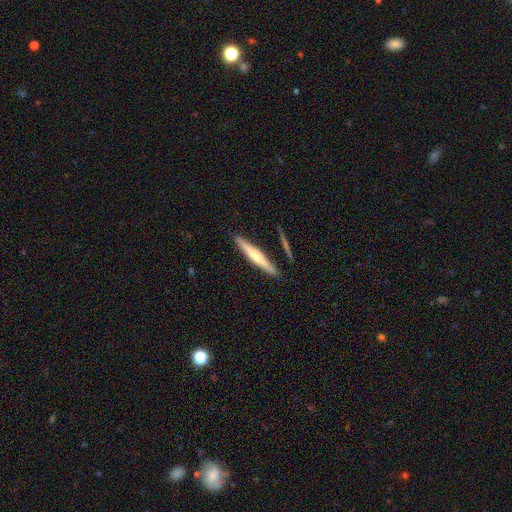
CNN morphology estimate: Smooth or featured? Predicted: featured or disk (p=0.58). Edge-on disk? Predicted: yes (p=0.97). Edge-on bulge? Predicted: rounded (p=0.80). Merging? Predicted: none (p=0.88).